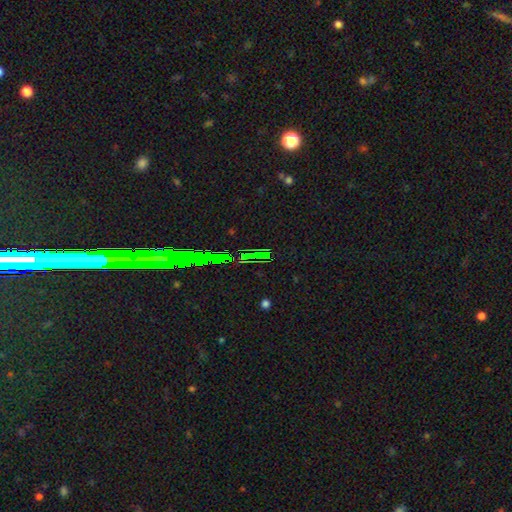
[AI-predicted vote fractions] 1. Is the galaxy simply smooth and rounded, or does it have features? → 73% star or artifact, 16% smooth, 11% featured or disk.